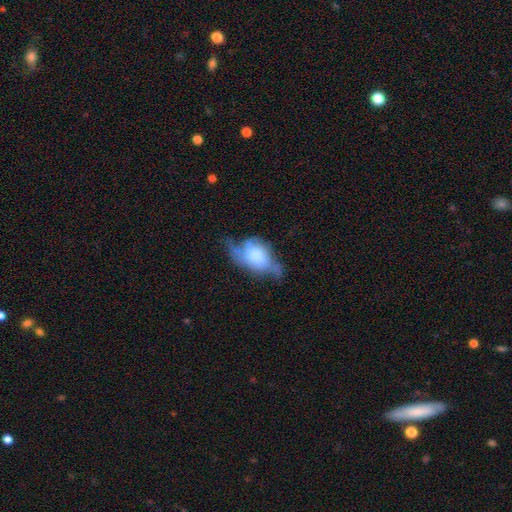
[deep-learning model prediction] This is possibly a smooth galaxy (48%). Merging: marginally major disturbance (35%).